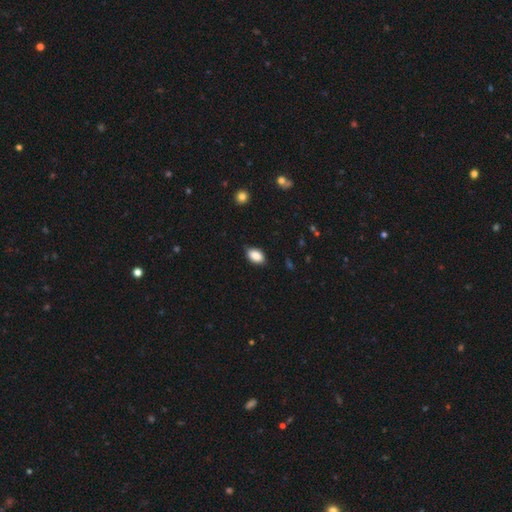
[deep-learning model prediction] Smooth or featured? Predicted: smooth (p=0.86). How rounded? Predicted: in between (p=0.91). Merging? Predicted: none (p=0.81).